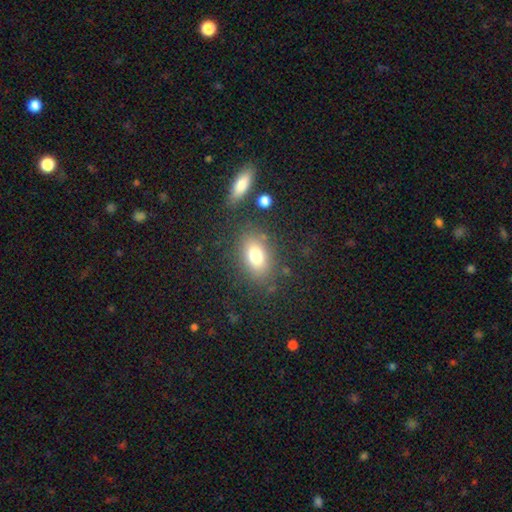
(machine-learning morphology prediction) Smooth or featured? Predicted: smooth (p=0.76). How rounded? Predicted: in between (p=0.81). Merging? Predicted: none (p=0.79).